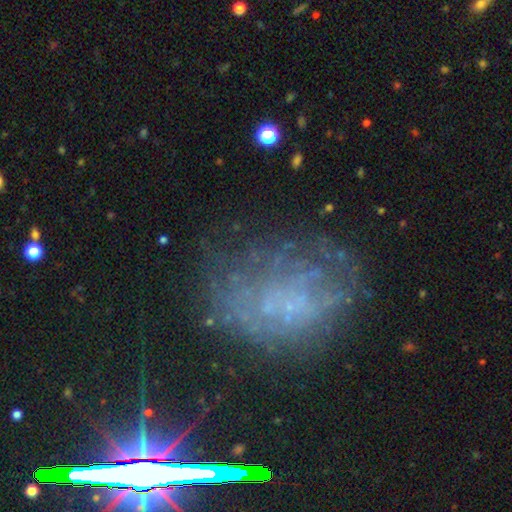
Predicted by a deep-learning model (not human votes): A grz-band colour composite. It shows a featured or disk galaxy (52%) with no bar (91%), no spiral arms (75%) and no central bulge (66%). Merging: none (52%).